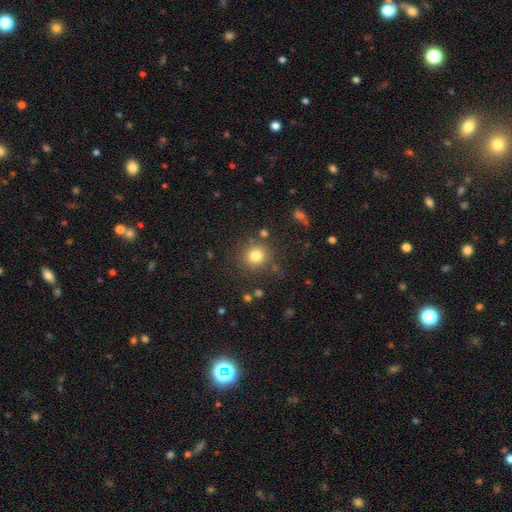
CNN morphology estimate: Smooth or featured? smooth (79%)
How rounded? round (91%)
Merging? none (85%)